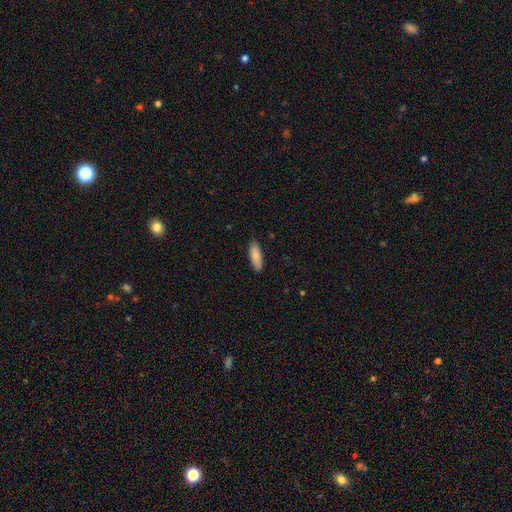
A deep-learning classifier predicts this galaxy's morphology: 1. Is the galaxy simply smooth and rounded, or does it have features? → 87% smooth, 8% featured or disk, 6% star or artifact.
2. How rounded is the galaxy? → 54% in between, 44% cigar-shaped, 2% round.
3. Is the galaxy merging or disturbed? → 88% none, 10% minor disturbance, 2% major disturbance, 1% merger.